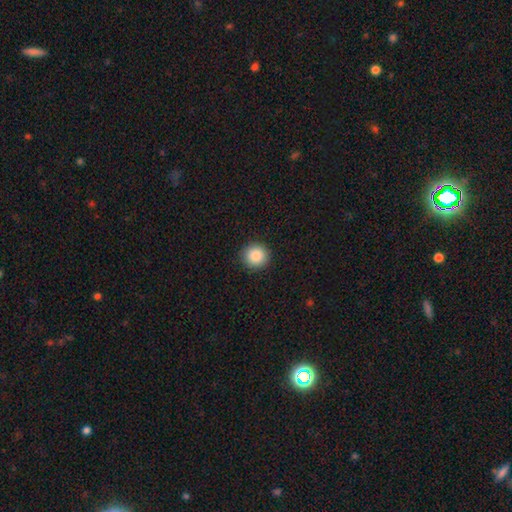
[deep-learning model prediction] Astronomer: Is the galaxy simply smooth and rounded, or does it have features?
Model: smooth — 88%.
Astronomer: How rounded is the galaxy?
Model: round — 93%.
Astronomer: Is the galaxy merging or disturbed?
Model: none — 92%.